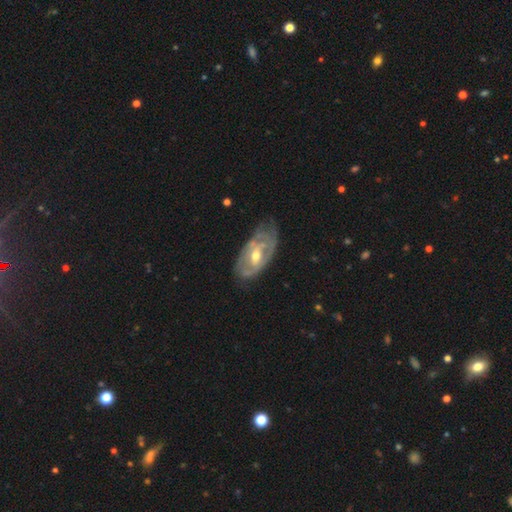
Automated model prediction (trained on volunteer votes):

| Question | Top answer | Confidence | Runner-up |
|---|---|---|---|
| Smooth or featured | featured or disk | 76% | smooth (18%) |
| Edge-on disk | no | 91% | yes (9%) |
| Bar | no | 44% | weak (40%) |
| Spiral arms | yes | 69% | no (31%) |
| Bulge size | moderate | 69% | small (25%) |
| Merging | none | 55% | minor disturbance (31%) |